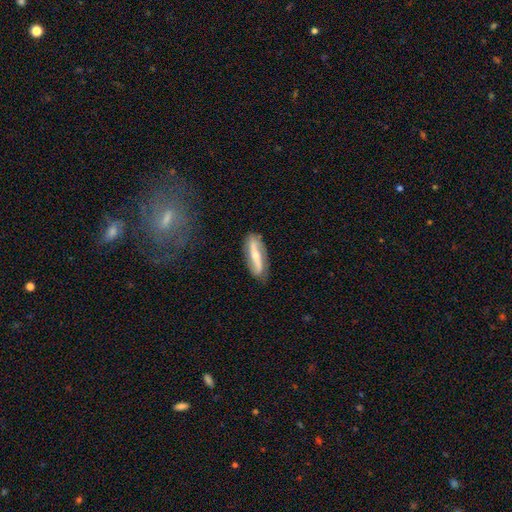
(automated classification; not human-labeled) Smooth or featured? featured or disk (73%)
Edge-on disk? no (77%)
Bar? strong (52%)
Spiral arms? yes (87%)
Bulge size? moderate (48%)
Merging? none (83%)